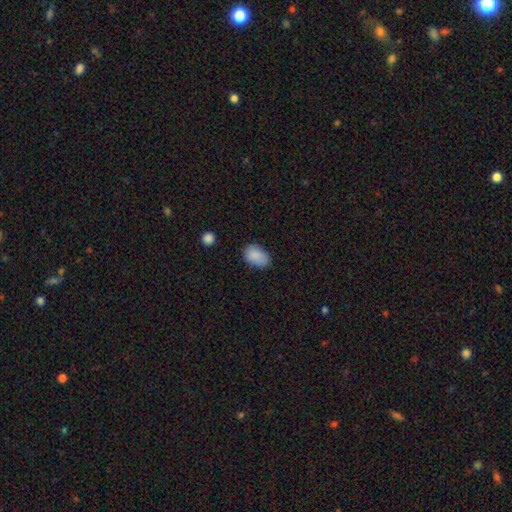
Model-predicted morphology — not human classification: Q: Smooth or featured?
A: smooth (87%); runner-up: star or artifact (8%)
Q: How rounded?
A: in between (89%); runner-up: round (10%)
Q: Merging?
A: none (70%); runner-up: minor disturbance (23%)